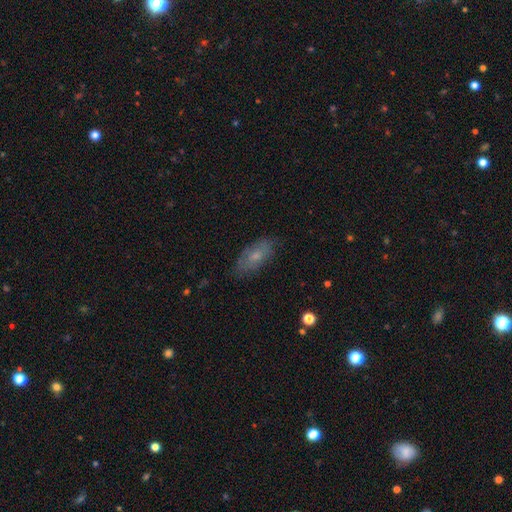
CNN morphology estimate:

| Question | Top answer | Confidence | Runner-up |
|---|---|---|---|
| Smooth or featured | smooth | 59% | featured or disk (32%) |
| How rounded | in between | 83% | cigar-shaped (14%) |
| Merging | none | 78% | minor disturbance (17%) |